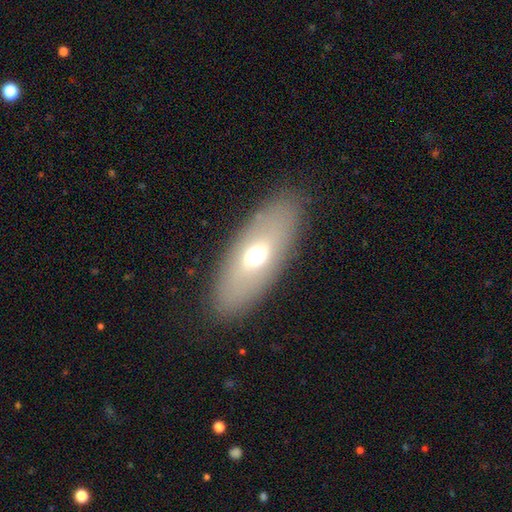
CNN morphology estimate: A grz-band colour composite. It shows a smooth galaxy with no disk features (55%) that is in between round and cigar-shaped (78%). Merging: none (86%).